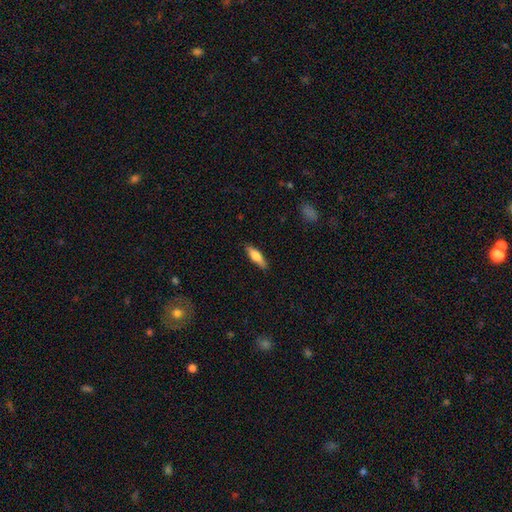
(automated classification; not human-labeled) This is likely a smooth galaxy (70%). How rounded: possibly cigar-shaped (55%). Merging: clearly none (85%).